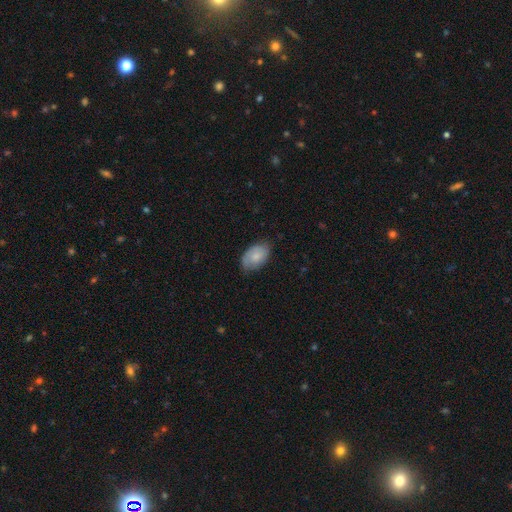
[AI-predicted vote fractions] Smooth or featured: smooth — 69% (featured or disk — 25%)
How rounded: in between — 90% (round — 9%)
Merging: none — 69% (minor disturbance — 26%)